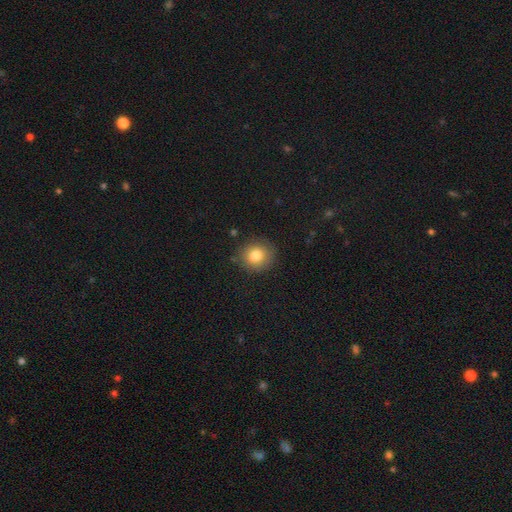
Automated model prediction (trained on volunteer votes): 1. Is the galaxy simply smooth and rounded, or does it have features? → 81% smooth, 10% star or artifact, 9% featured or disk.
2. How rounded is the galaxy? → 86% round, 13% in between, 1% cigar-shaped.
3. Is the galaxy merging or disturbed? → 85% none, 10% minor disturbance, 3% major disturbance, 1% merger.